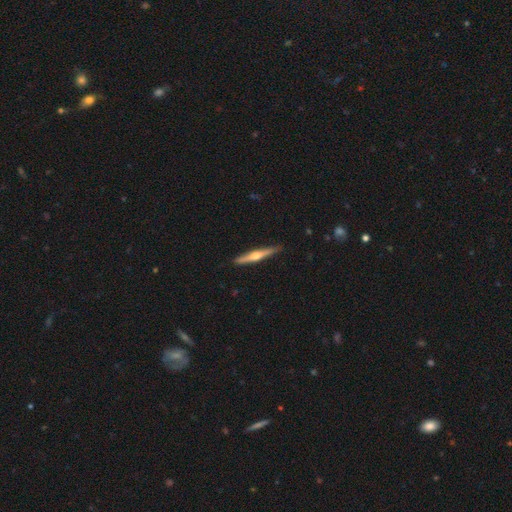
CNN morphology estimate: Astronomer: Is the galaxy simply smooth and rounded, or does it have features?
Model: featured or disk — 65%.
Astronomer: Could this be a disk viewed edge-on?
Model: yes — 98%.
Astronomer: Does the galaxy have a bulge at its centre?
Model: rounded — 90%.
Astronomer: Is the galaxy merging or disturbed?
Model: none — 90%.